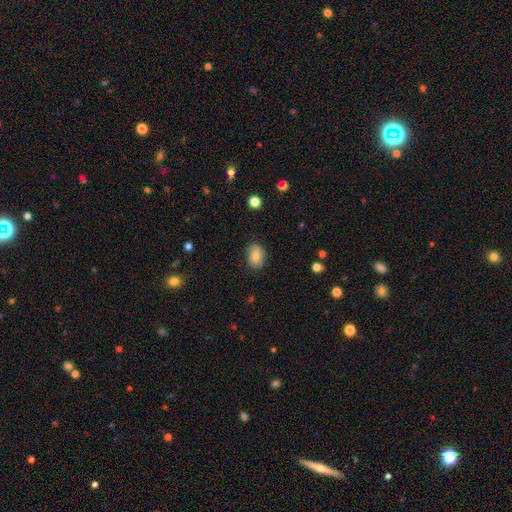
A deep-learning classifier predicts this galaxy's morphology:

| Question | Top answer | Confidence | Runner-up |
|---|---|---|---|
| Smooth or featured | smooth | 81% | featured or disk (11%) |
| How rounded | in between | 71% | round (28%) |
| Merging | none | 83% | minor disturbance (13%) |